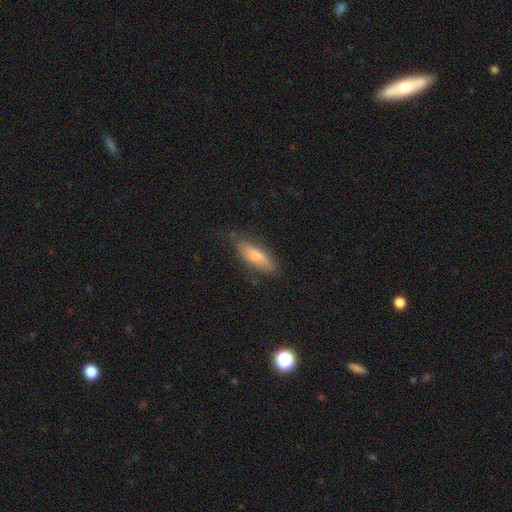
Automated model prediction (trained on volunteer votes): Smooth or featured? Predicted: smooth (p=0.73). How rounded? Predicted: in between (p=0.52). Merging? Predicted: none (p=0.69).